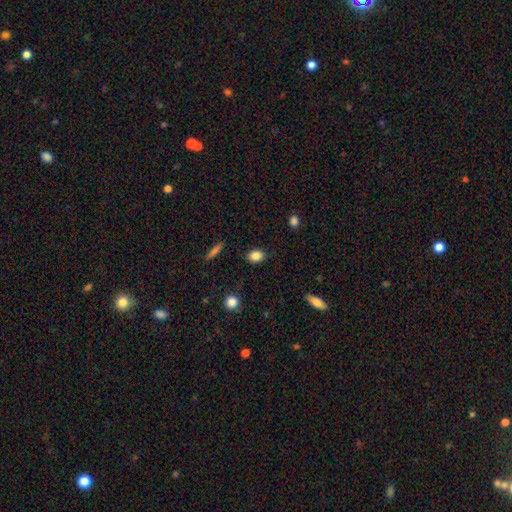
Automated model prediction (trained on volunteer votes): A smooth galaxy with no disk features (85%) that is in between round and cigar-shaped (63%). Merging: none (87%).